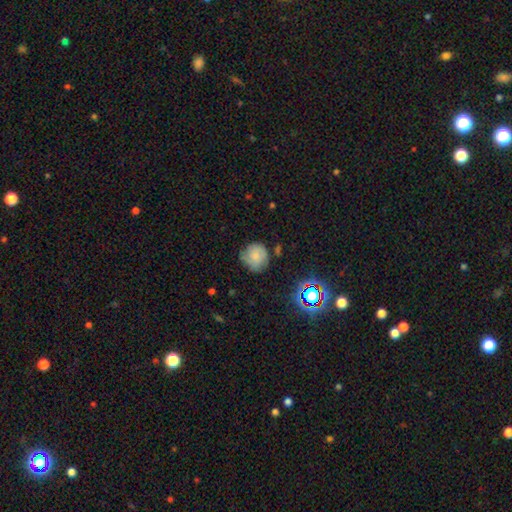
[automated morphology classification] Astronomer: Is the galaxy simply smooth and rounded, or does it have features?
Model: smooth — 71%.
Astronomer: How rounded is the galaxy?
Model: round — 90%.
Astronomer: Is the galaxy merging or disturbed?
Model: none — 65%.